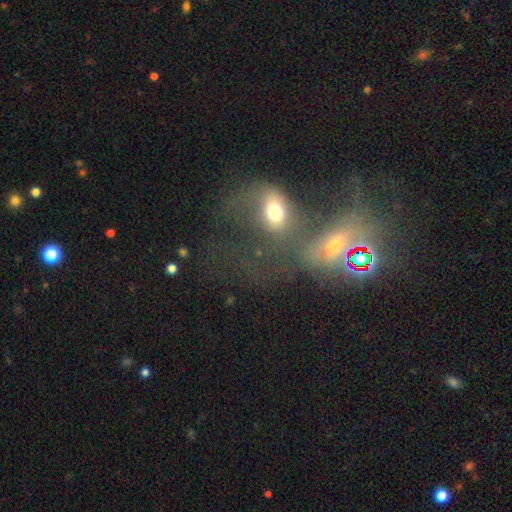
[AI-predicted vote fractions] Morphology: type=smooth (43%); merging=merger (68%).